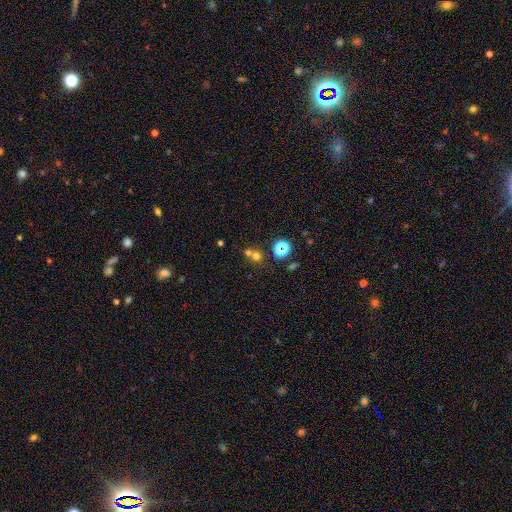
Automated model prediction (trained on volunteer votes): Morphology: type=smooth (60%); roundness=round (84%); merging=none (48%).